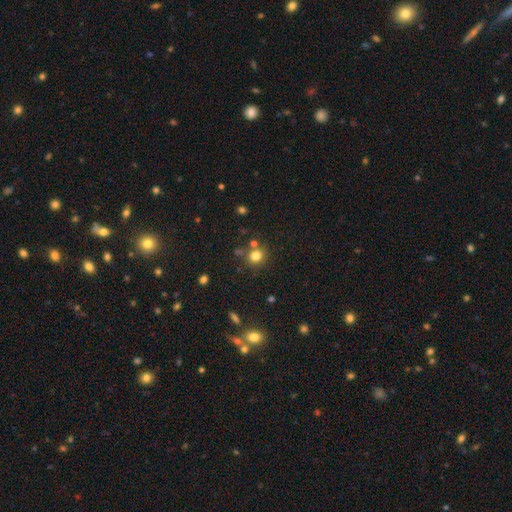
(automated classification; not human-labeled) A smooth galaxy with no disk features (78%) that is round (85%). Merging: none (73%).